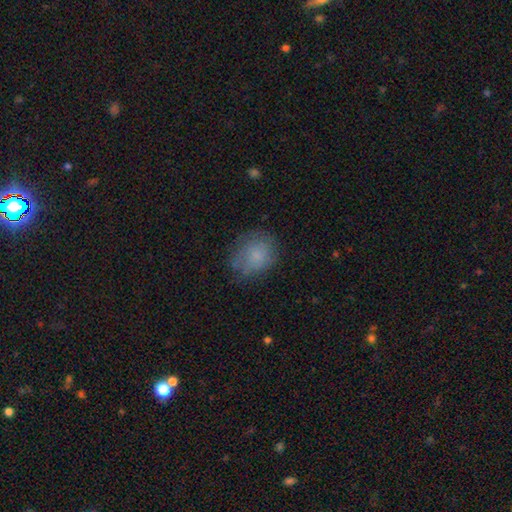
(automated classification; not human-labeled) Morphology: type=smooth (75%); roundness=round (57%); merging=none (66%).